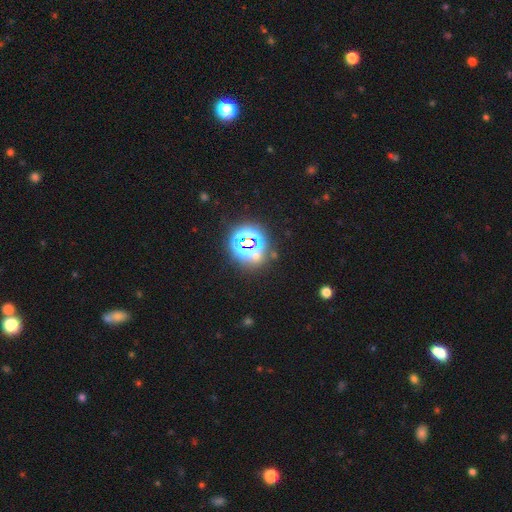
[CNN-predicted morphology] A star or artifact, not a galaxy (68%).

Vote fractions:
- Smooth or featured? star or artifact: 68% / smooth: 22% / featured or disk: 11%